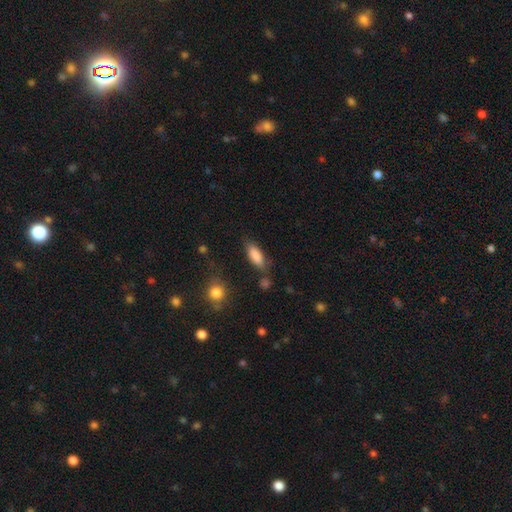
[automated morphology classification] Smooth or featured: smooth — 85% (featured or disk — 8%)
How rounded: in between — 71% (cigar-shaped — 26%)
Merging: none — 72% (minor disturbance — 17%)